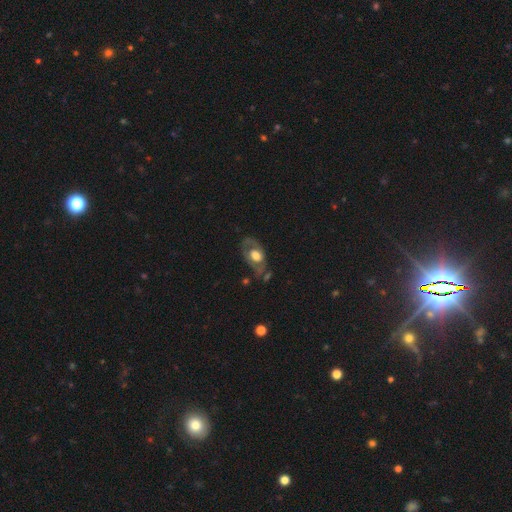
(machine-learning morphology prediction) Smooth or featured: featured or disk — 55% (smooth — 39%)
Edge-on disk: no — 90% (yes — 10%)
Merging: none — 54% (minor disturbance — 25%)